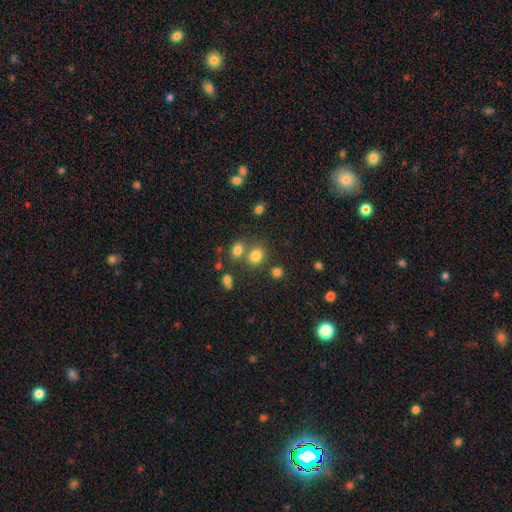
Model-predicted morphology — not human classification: Smooth or featured? Predicted: smooth (p=0.79). How rounded? Predicted: round (p=0.54). Merging? Predicted: none (p=0.60).